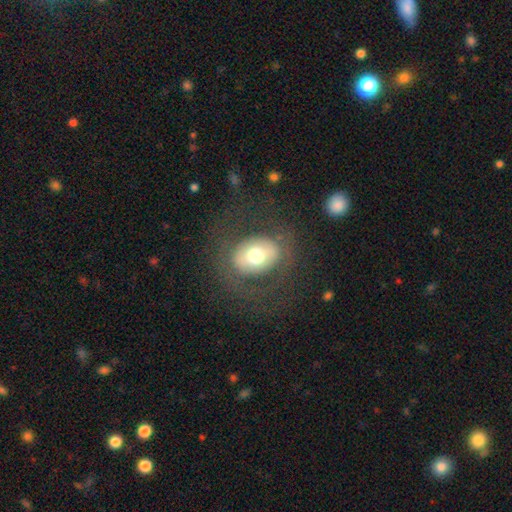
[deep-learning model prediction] Smooth or featured? smooth (58%)
How rounded? in between (53%)
Merging? none (72%)